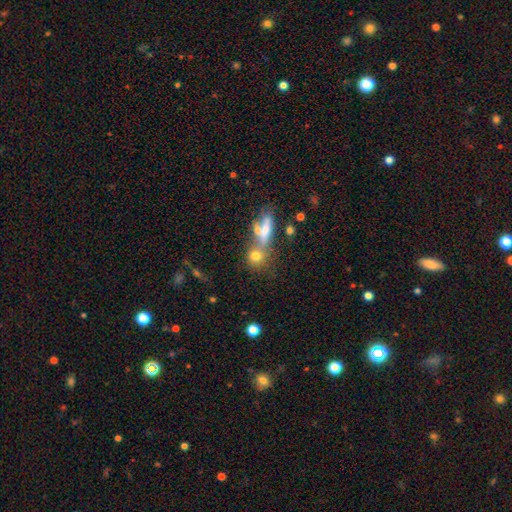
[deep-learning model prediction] Smooth or featured: smooth — 71% (featured or disk — 15%)
How rounded: round — 69% (in between — 21%)
Merging: none — 47% (merger — 35%)